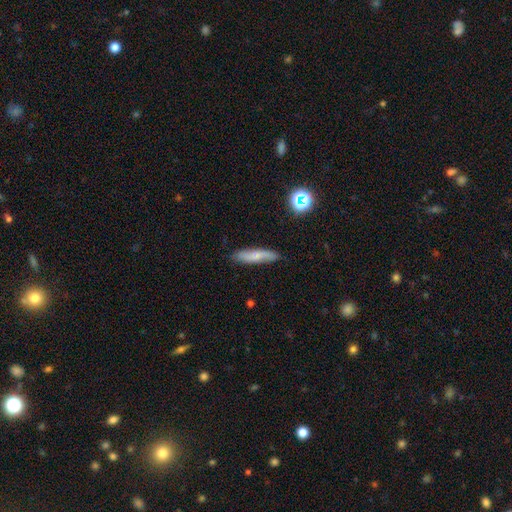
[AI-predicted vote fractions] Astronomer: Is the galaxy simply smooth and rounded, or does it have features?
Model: smooth — 58% (runner-up: featured or disk, 34%).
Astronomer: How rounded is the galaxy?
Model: cigar-shaped — 76%.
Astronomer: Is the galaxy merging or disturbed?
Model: none — 83%.